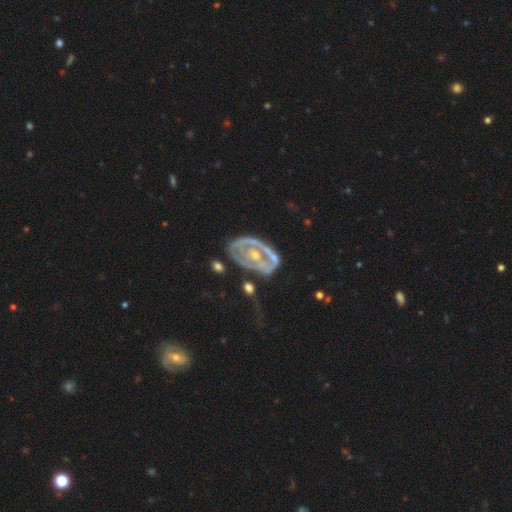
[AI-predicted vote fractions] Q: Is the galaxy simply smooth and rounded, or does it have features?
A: featured or disk — 81%.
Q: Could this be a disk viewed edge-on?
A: no — 94%.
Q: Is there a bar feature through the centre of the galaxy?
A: no — 58%.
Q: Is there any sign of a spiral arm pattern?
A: yes — 51%.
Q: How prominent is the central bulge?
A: small — 57%.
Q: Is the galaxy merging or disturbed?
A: none — 48%.